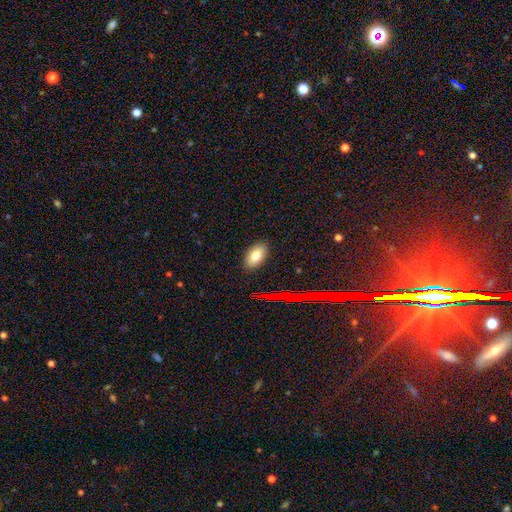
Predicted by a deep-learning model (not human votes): Morphology: type=smooth (78%); roundness=in between (93%); merging=none (88%).